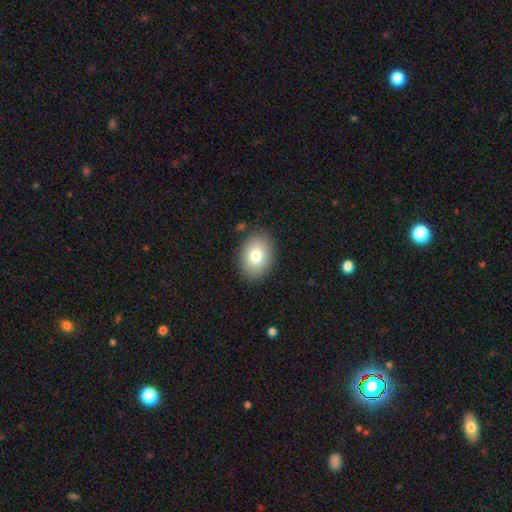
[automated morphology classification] This appears to be a smooth galaxy with no disk features (78%) that is in between round and cigar-shaped (73%). Merging: none (87%).